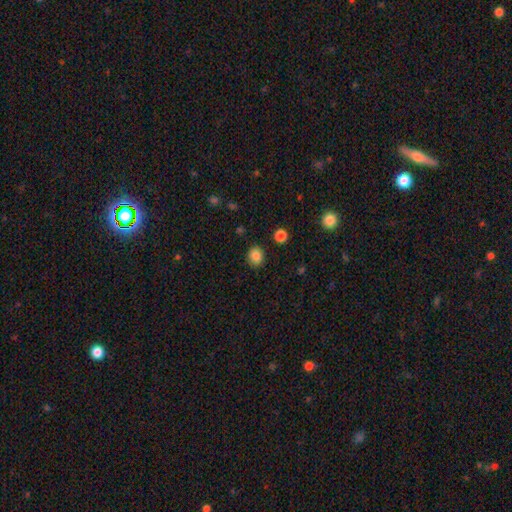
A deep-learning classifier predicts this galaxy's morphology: This appears to be a smooth galaxy with no disk features (86%) that is round (71%). Merging: none (87%).